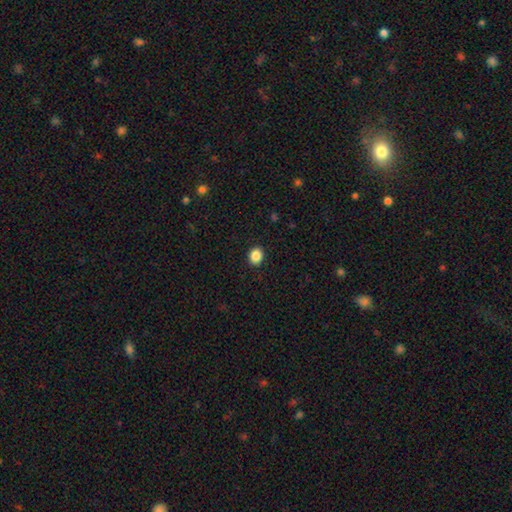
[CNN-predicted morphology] The model was most divided on "how rounded": round: 52%, in between: 47%, cigar-shaped: 1%. More confident: merging — none (91%); smooth or featured — smooth (88%).